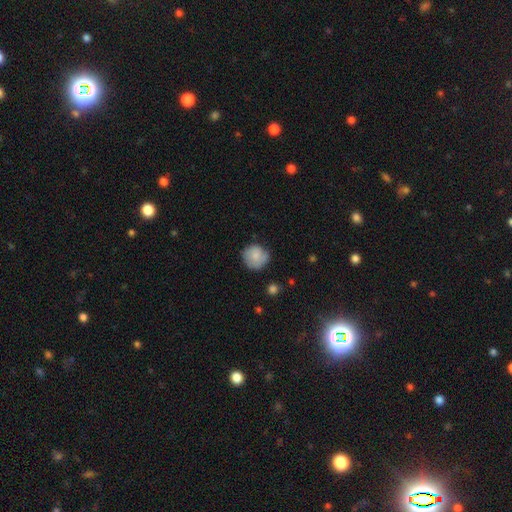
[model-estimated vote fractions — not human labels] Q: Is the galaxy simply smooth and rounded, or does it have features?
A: smooth — 76%.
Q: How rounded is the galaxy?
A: round — 88%.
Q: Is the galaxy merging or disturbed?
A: none — 64%.